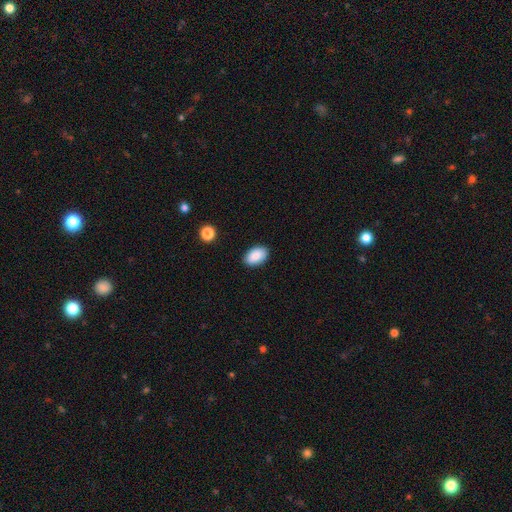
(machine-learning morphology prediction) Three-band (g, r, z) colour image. It shows a smooth galaxy with no disk features (89%) that is in between round and cigar-shaped (93%). Merging: none (88%).